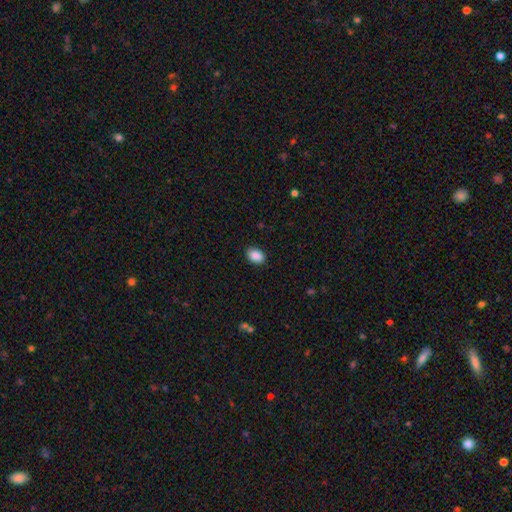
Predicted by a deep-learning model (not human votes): Overall: smooth (90%). How rounded: in between (80%). Merging: none (90%).